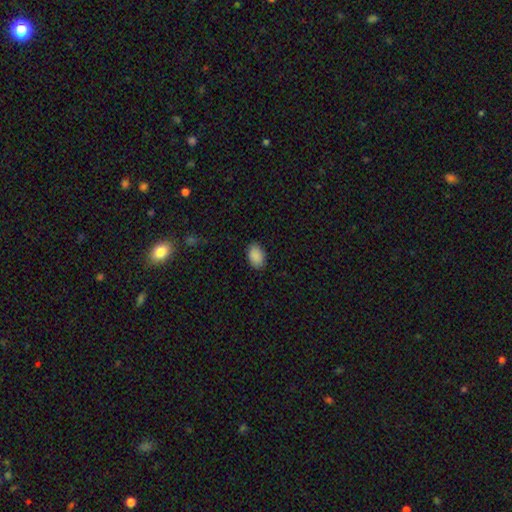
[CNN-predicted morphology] A smooth galaxy with no disk features (90%) that is in between round and cigar-shaped (88%). Merging: none (87%).